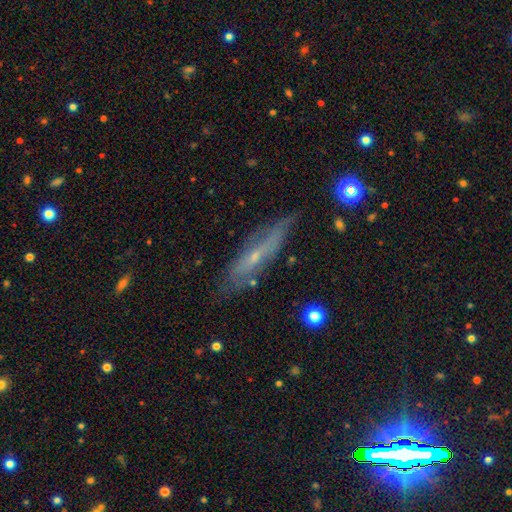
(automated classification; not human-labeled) A featured or disk galaxy (62%) viewed edge-on (60%). Merging: none (73%).